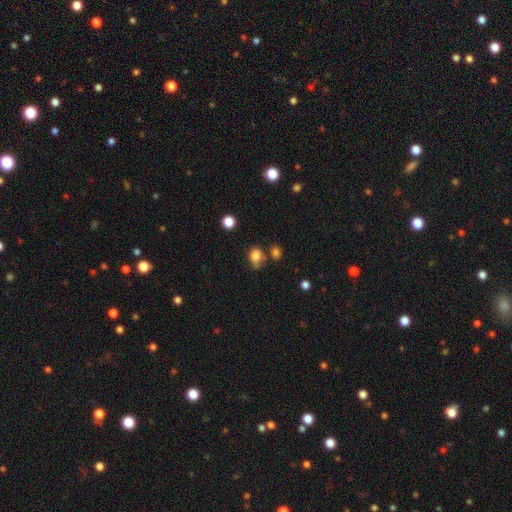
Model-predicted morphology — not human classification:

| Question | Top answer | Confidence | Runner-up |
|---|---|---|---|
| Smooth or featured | smooth | 81% | star or artifact (12%) |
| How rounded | round | 64% | in between (35%) |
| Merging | none | 56% | minor disturbance (22%) |